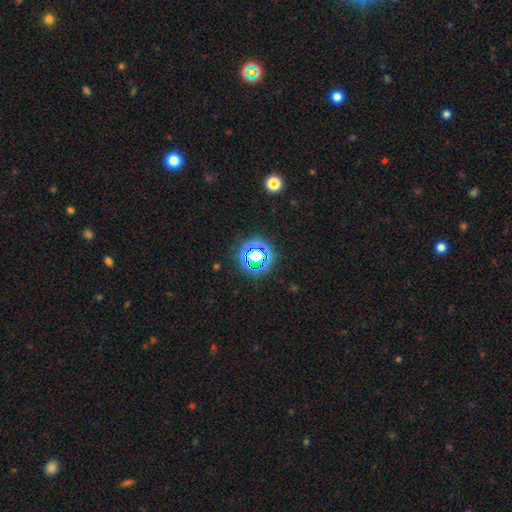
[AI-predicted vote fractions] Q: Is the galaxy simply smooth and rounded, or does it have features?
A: star or artifact — 62%.